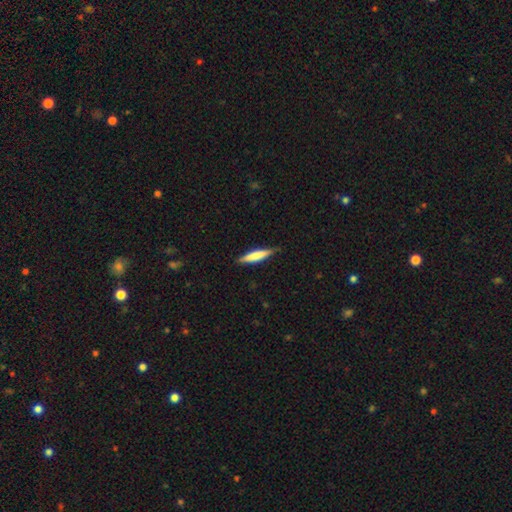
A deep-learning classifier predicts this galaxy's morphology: A smooth galaxy with no disk features (66%) that is cigar-shaped (84%).

Vote fractions:
- Smooth or featured? smooth: 66% / featured or disk: 28% / star or artifact: 5%
- How rounded? cigar-shaped: 84% / in between: 14% / round: 1%
- Merging? none: 83% / minor disturbance: 13% / major disturbance: 2% / merger: 1%